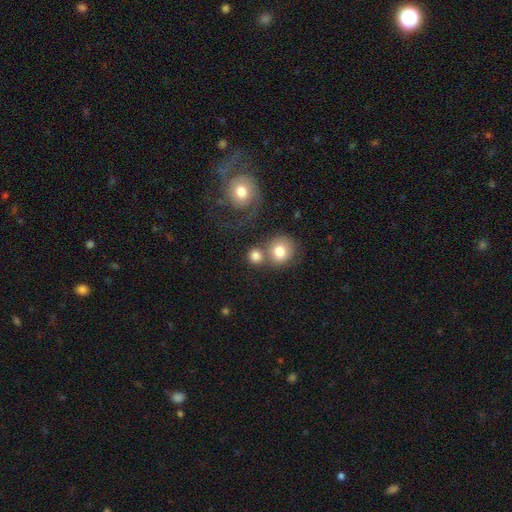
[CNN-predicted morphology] This appears to be a smooth galaxy with no disk features (79%) that is round (85%). Merging: none (47%).